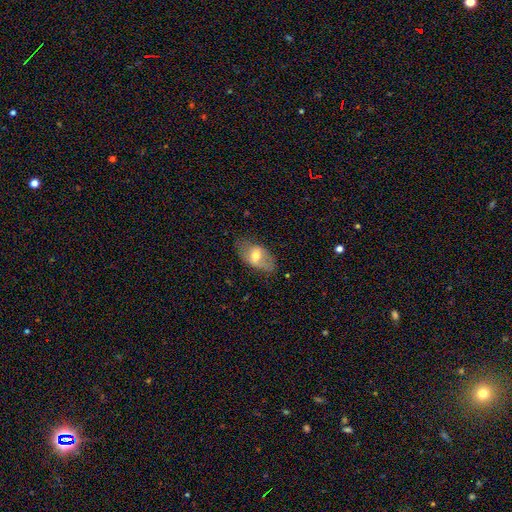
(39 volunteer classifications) Volunteers were most divided on "smooth or featured": smooth: 54%, featured or disk: 44%, star or artifact: 3%. More confident: how rounded — in between (95%); merging — none (58%).